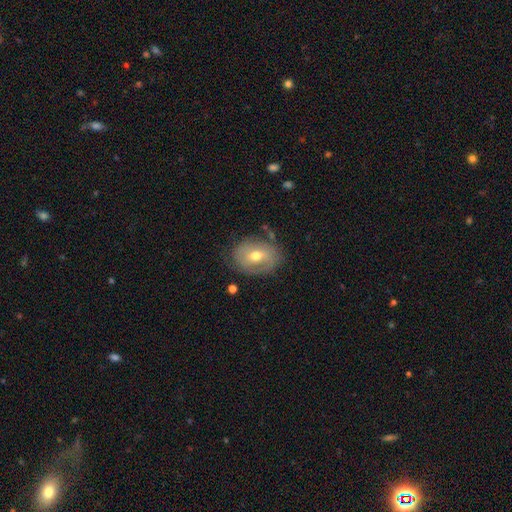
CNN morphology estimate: Smooth or featured? featured or disk (53%)
Edge-on disk? no (94%)
Merging? none (70%)